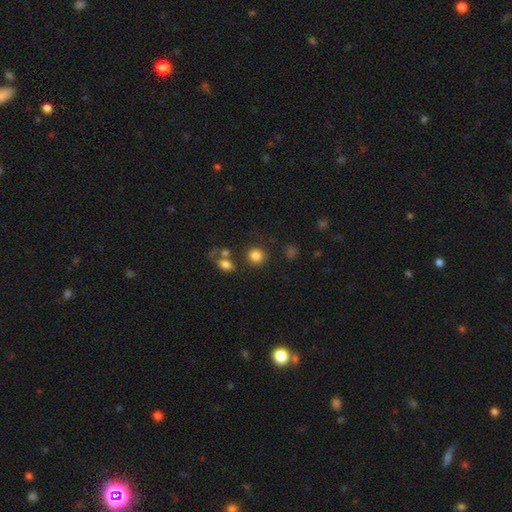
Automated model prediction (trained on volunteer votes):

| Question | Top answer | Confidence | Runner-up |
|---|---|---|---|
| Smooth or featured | smooth | 83% | star or artifact (11%) |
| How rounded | round | 87% | in between (12%) |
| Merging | none | 77% | merger (9%) |